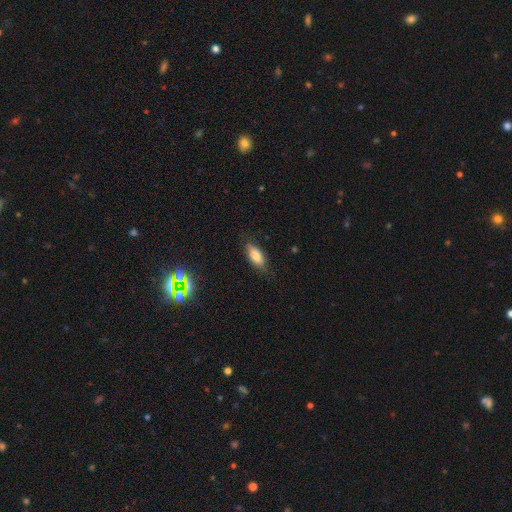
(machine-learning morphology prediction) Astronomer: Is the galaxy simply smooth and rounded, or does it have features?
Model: smooth — 79%.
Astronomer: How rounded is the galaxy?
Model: in between — 83%.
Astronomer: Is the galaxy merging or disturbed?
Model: none — 79%.